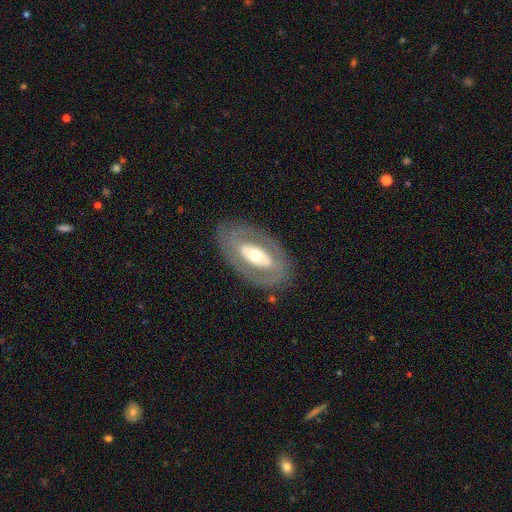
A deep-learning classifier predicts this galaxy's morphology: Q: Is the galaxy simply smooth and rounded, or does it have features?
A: featured or disk — 70%.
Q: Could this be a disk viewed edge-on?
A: no — 90%.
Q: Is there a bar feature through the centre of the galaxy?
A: no — 51%.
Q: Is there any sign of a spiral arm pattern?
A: no — 64%.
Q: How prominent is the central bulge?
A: moderate — 58%.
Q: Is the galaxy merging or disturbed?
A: none — 80%.